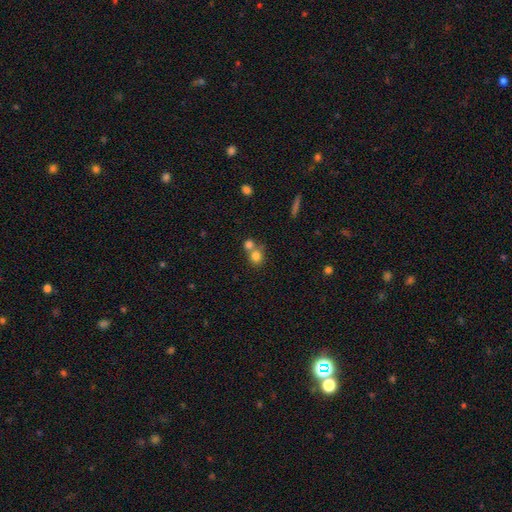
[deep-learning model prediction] The model was most divided on "merging": merger: 47%, none: 44%, minor disturbance: 7%, major disturbance: 3%. More confident: how rounded — round (84%); smooth or featured — smooth (79%).